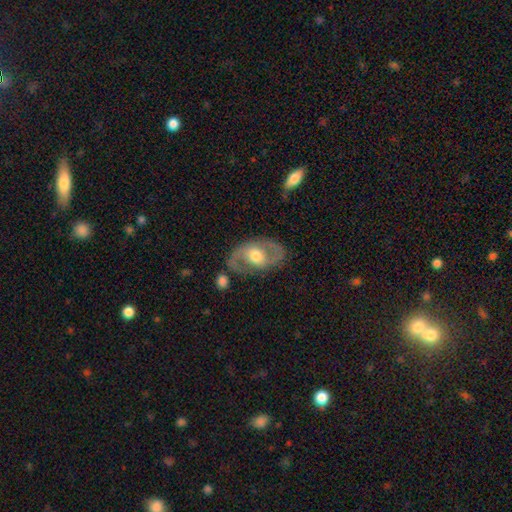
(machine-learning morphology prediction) featured or disk 73%, smooth 21%, star or artifact 5%. Down the decision tree: edge-on disk — no (94%); bar — no (49%); spiral arms — yes (74%); spiral arm count — 2 (87%); spiral winding — medium (51%); bulge size — moderate (68%); merging — none (75%).